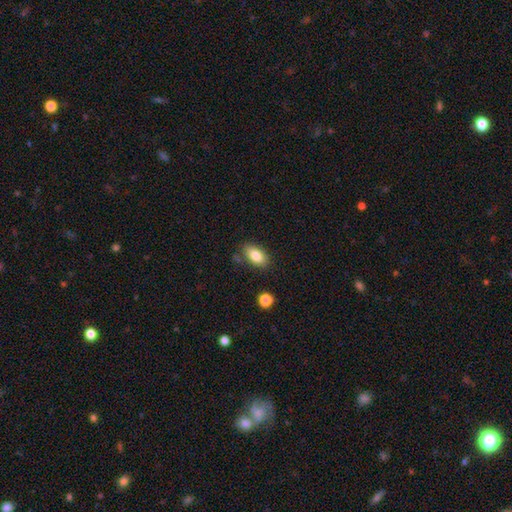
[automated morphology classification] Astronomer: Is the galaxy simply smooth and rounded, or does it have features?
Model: smooth — 83%.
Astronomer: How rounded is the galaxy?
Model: in between — 90%.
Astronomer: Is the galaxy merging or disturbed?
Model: none — 78%.